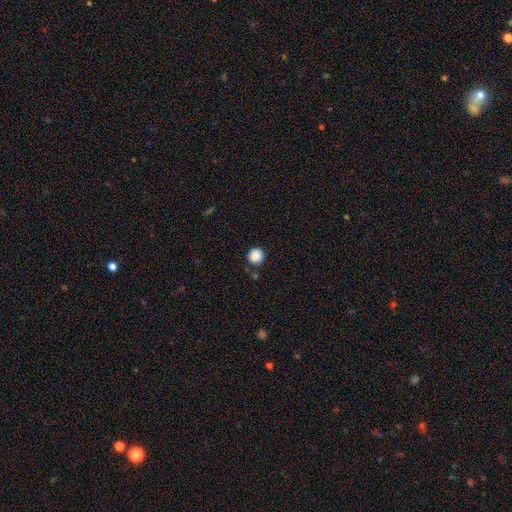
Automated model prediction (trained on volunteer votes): smooth 88%, star or artifact 10%, featured or disk 2%. Down the decision tree: how rounded — round (94%); merging — none (88%).